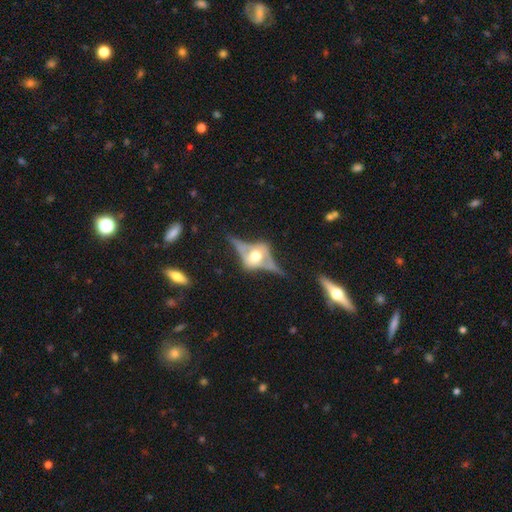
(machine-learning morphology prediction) A featured or disk galaxy (82%) viewed edge-on (85%) with a rounded central bulge (94%). Merging: none (63%).